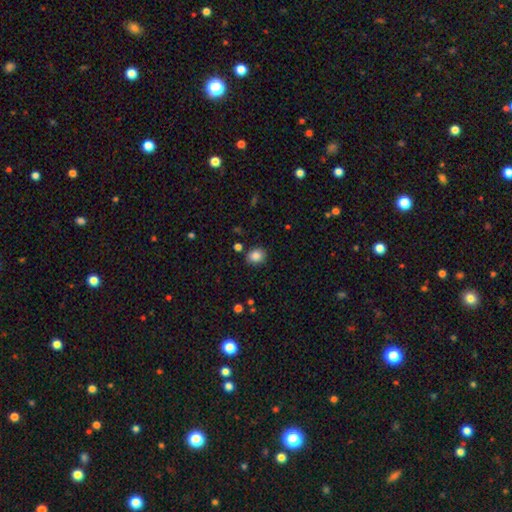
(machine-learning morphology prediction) Smooth or featured? Predicted: smooth (p=0.85). How rounded? Predicted: round (p=0.63). Merging? Predicted: none (p=0.85).